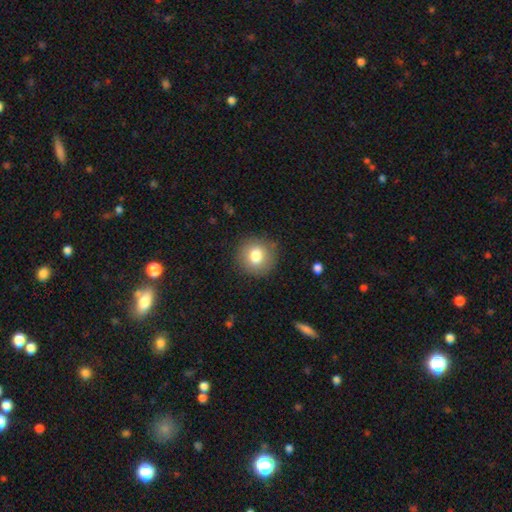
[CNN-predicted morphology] A smooth galaxy with no disk features (79%) that is round (88%).

Vote fractions:
- Smooth or featured? smooth: 79% / featured or disk: 11% / star or artifact: 10%
- How rounded? round: 88% / in between: 11% / cigar-shaped: 1%
- Merging? none: 86% / minor disturbance: 9% / major disturbance: 3% / merger: 1%